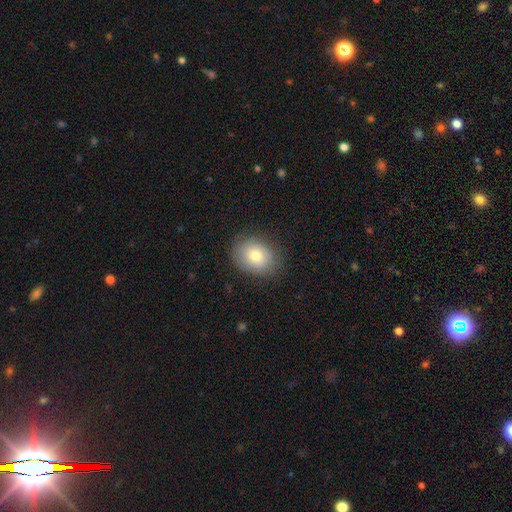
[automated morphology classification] smooth_or_featured: smooth (p=0.69) [alt: featured or disk p=0.23]
how_rounded: in between (p=0.52) [alt: round p=0.47]
merging: none (p=0.79) [alt: minor disturbance p=0.15]